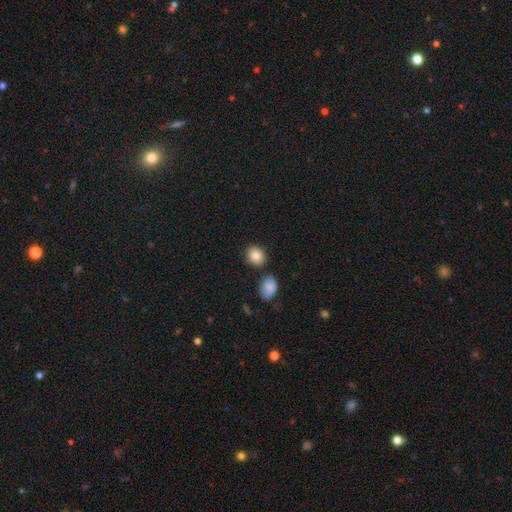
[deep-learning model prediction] This appears to be a smooth galaxy with no disk features (85%) that is round (66%). Merging: none (79%).